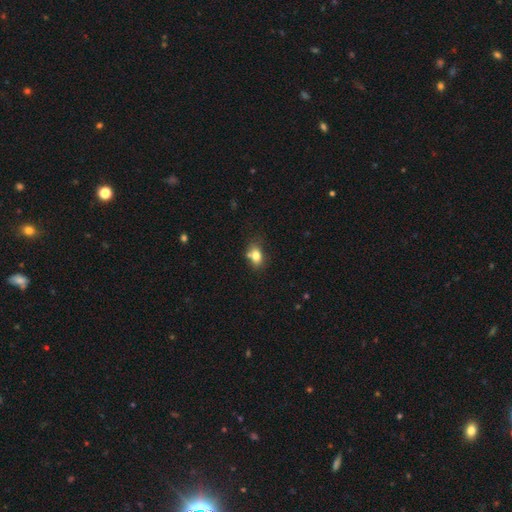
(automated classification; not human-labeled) Smooth or featured: smooth — 78% (featured or disk — 12%)
How rounded: in between — 72% (round — 26%)
Merging: none — 56% (minor disturbance — 21%)